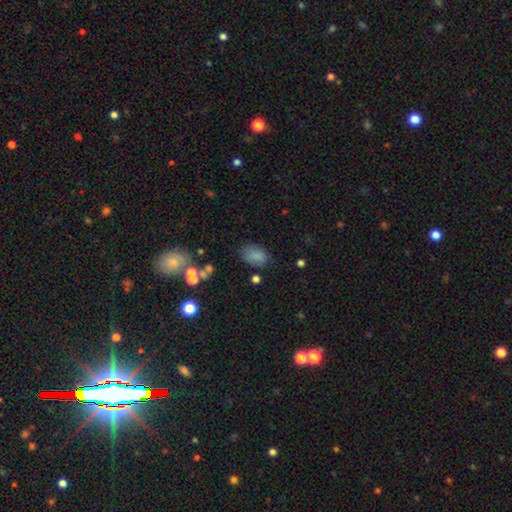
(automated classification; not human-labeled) smooth-or-featured: smooth: 81% | star or artifact: 11% | featured or disk: 7%
  how-rounded: in between: 85% | round: 14% | cigar-shaped: 1%
  merging: none: 71% | minor disturbance: 19% | major disturbance: 6% | merger: 4%